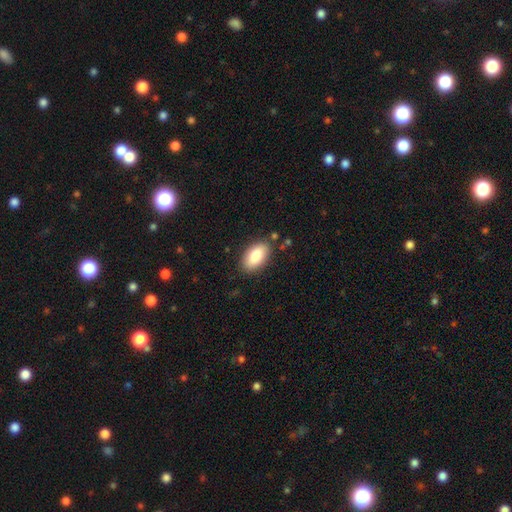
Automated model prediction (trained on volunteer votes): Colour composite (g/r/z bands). It shows a smooth galaxy with no disk features (85%) that is in between round and cigar-shaped (93%). Merging: none (84%).